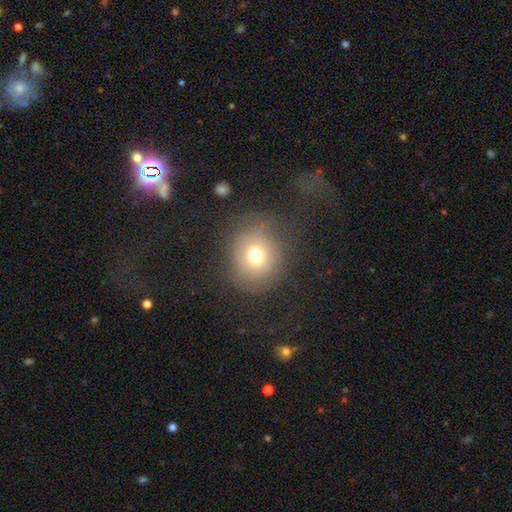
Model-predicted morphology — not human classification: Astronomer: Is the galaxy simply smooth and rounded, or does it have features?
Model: smooth — 70%.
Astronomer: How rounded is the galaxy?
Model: round — 79%.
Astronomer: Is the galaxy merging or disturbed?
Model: none — 70%.